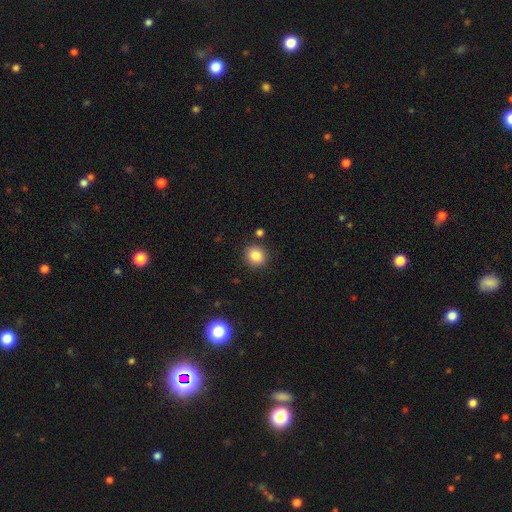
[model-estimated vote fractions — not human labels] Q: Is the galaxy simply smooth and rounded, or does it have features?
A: smooth — 85%.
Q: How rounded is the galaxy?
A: round — 86%.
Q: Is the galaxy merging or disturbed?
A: none — 87%.